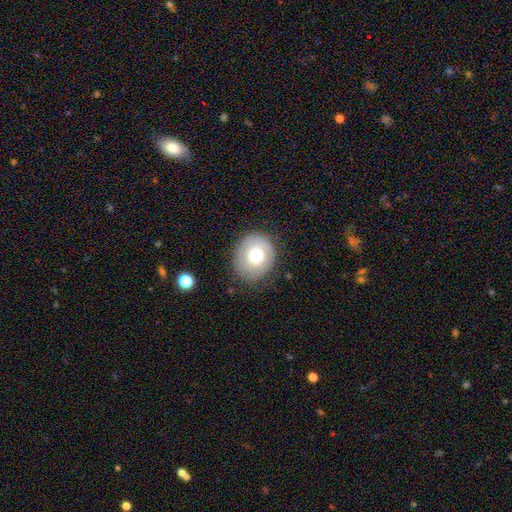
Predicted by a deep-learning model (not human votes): This is possibly a smooth galaxy (57%). How rounded: likely round (70%). Merging: likely none (76%).